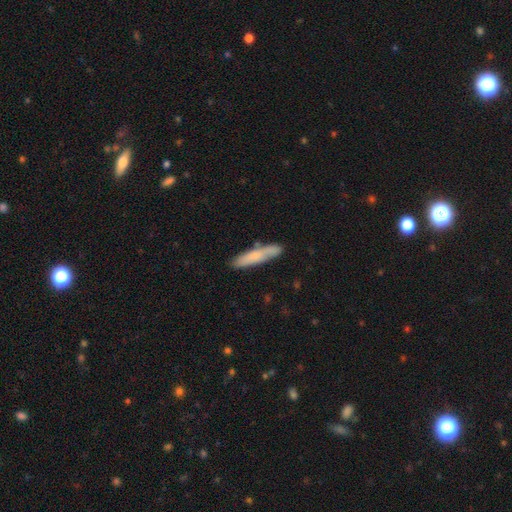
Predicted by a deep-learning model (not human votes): smooth_or_featured: smooth (p=0.71) [alt: featured or disk p=0.23]
how_rounded: cigar-shaped (p=0.88) [alt: in between p=0.11]
merging: none (p=0.81) [alt: minor disturbance p=0.14]